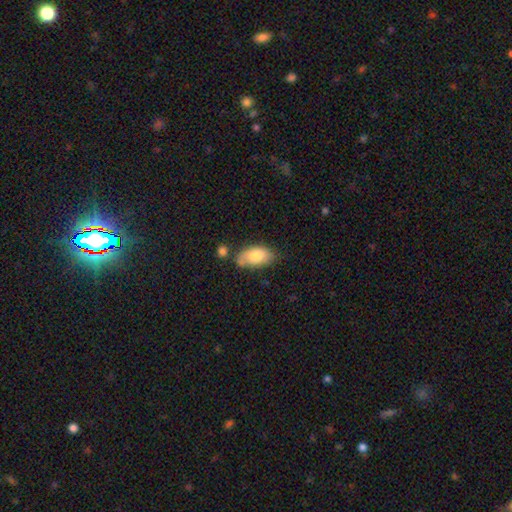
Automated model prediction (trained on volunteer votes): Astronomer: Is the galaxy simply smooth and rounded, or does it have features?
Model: smooth — 78%.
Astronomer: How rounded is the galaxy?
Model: in between — 94%.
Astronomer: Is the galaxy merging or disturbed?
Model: none — 57%.